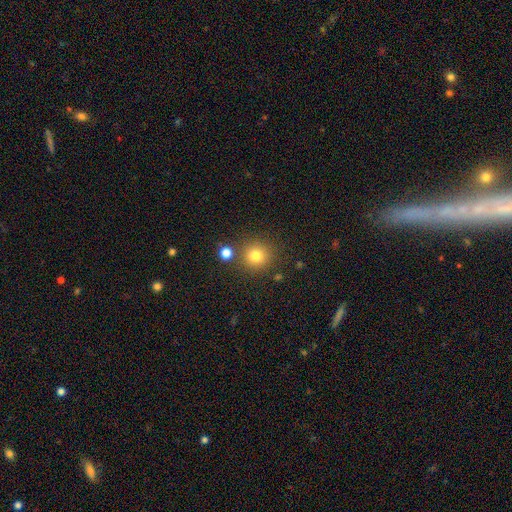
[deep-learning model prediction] A smooth galaxy with no disk features (79%) that is round (92%). Merging: none (82%).